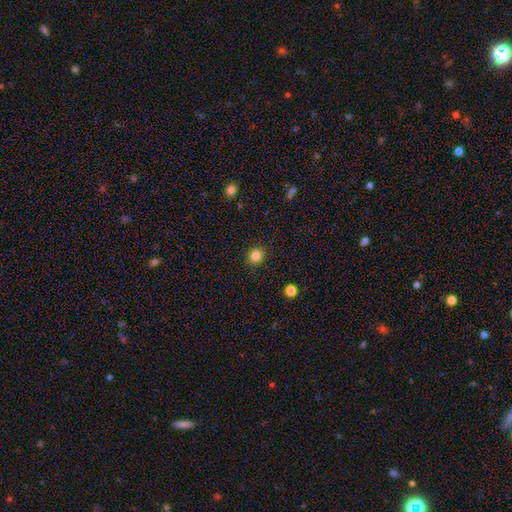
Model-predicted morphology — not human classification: Smooth or featured? smooth (83%)
How rounded? round (87%)
Merging? none (91%)